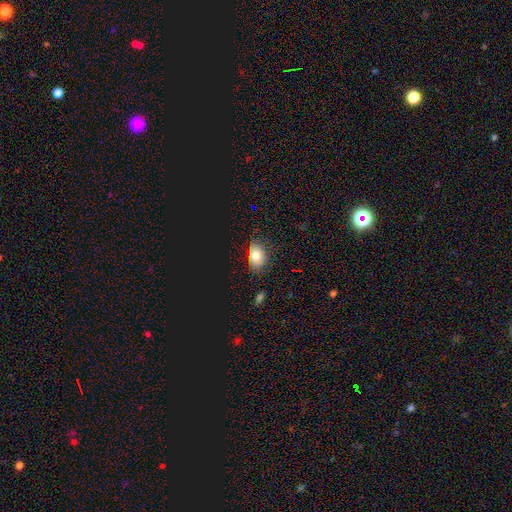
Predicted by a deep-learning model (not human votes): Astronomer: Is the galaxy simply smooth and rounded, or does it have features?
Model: smooth — 70%.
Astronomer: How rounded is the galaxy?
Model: in between — 79%.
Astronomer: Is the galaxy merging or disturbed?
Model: none — 68%.